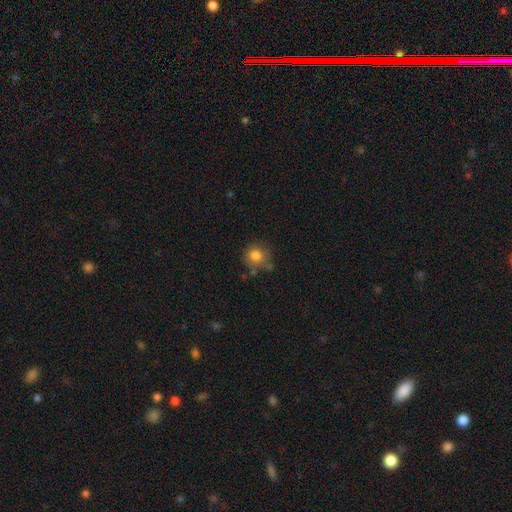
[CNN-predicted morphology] smooth-or-featured: smooth: 81% | star or artifact: 11% | featured or disk: 8%
  how-rounded: round: 85% | in between: 14% | cigar-shaped: 1%
  merging: none: 67% | minor disturbance: 20% | merger: 7% | major disturbance: 6%